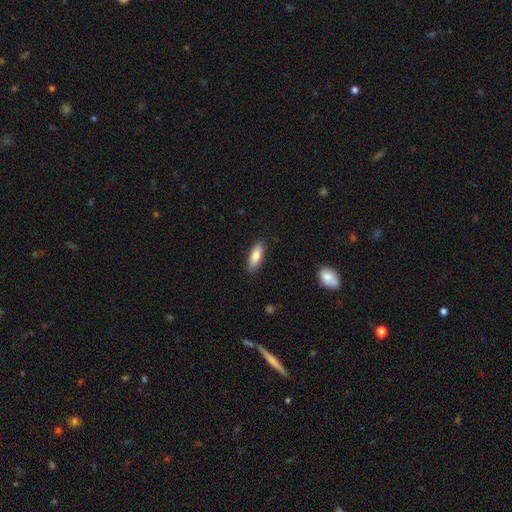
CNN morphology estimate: A smooth galaxy with no disk features (84%) that is in between round and cigar-shaped (68%).

Vote fractions:
- Smooth or featured? smooth: 84% / featured or disk: 10% / star or artifact: 6%
- How rounded? in between: 68% / cigar-shaped: 30% / round: 2%
- Merging? none: 86% / minor disturbance: 11% / major disturbance: 2% / merger: 1%